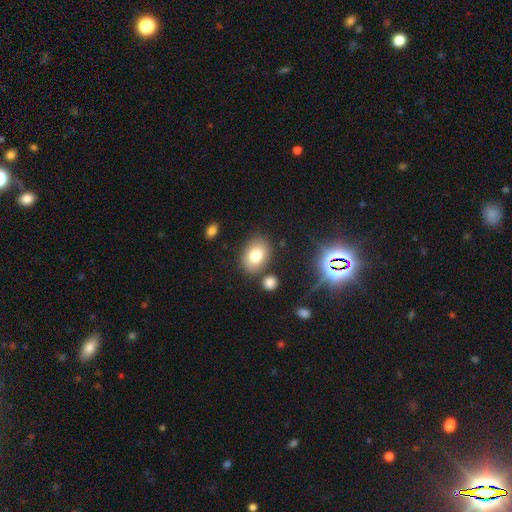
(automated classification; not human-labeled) A smooth galaxy with no disk features (77%) that is in between round and cigar-shaped (73%). Merging: none (78%).